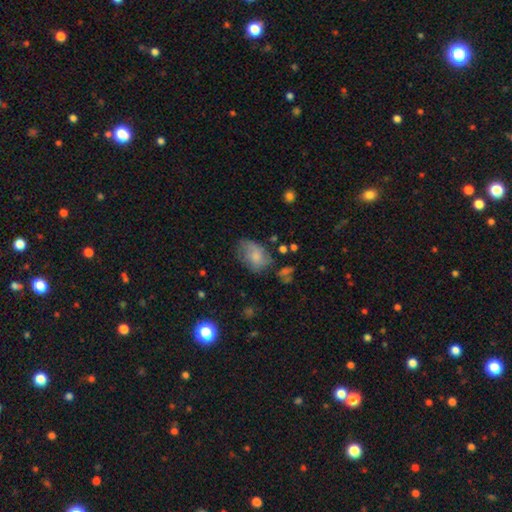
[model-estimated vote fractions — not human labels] A smooth galaxy with no disk features (67%) that is in between round and cigar-shaped (82%).

Vote fractions:
- Smooth or featured? smooth: 67% / featured or disk: 25% / star or artifact: 8%
- How rounded? in between: 82% / round: 17% / cigar-shaped: 1%
- Merging? none: 51% / minor disturbance: 30% / major disturbance: 15% / merger: 4%